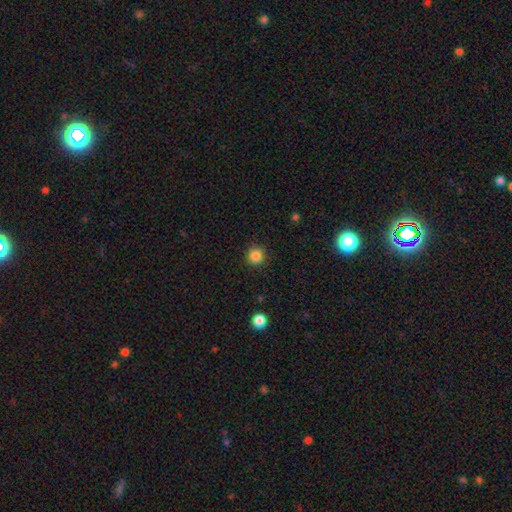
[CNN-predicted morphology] Smooth or featured: smooth — 86% (star or artifact — 11%)
How rounded: round — 95% (in between — 5%)
Merging: none — 92% (minor disturbance — 5%)